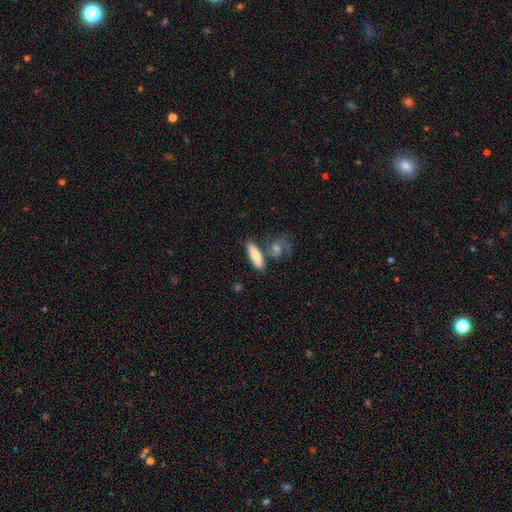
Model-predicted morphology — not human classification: Smooth or featured? smooth (73%)
How rounded? cigar-shaped (53%)
Merging? none (57%)